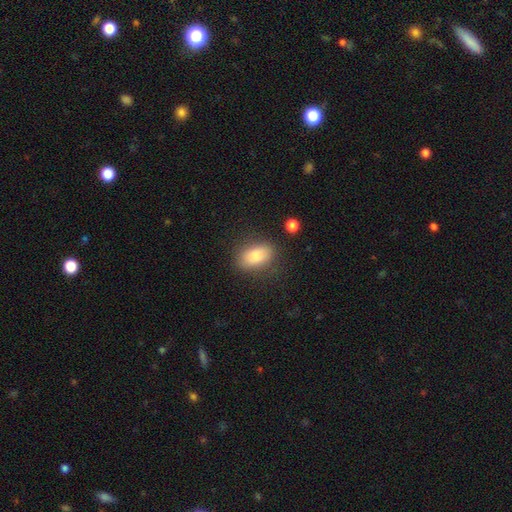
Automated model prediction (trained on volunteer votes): This appears to be a smooth galaxy with no disk features (84%) that is in between round and cigar-shaped (89%). Merging: none (77%).